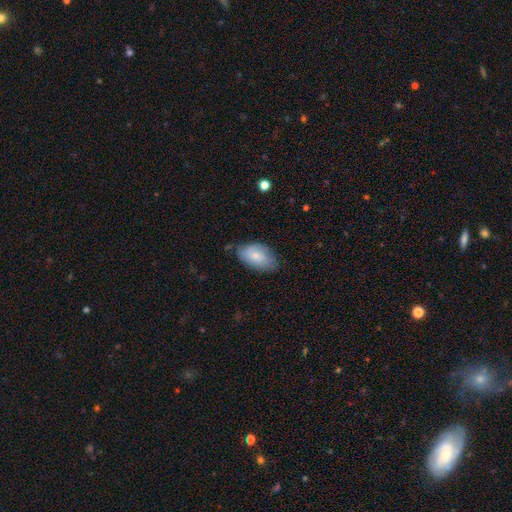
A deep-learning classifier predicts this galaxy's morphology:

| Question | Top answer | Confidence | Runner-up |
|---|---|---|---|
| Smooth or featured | smooth | 79% | featured or disk (15%) |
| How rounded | in between | 94% | round (5%) |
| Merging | none | 68% | minor disturbance (26%) |